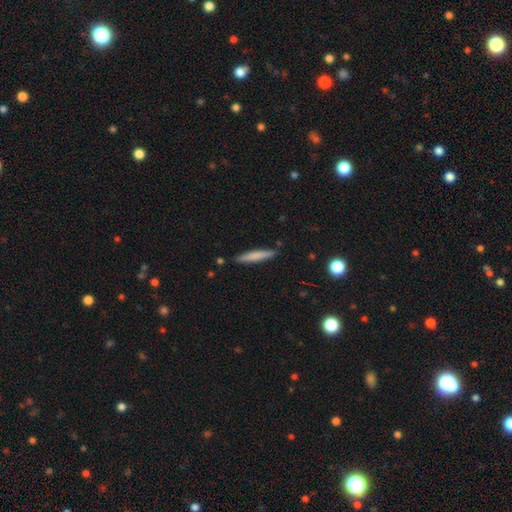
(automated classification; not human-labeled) Smooth or featured? Predicted: smooth (p=0.71). How rounded? Predicted: cigar-shaped (p=0.93). Merging? Predicted: none (p=0.88).